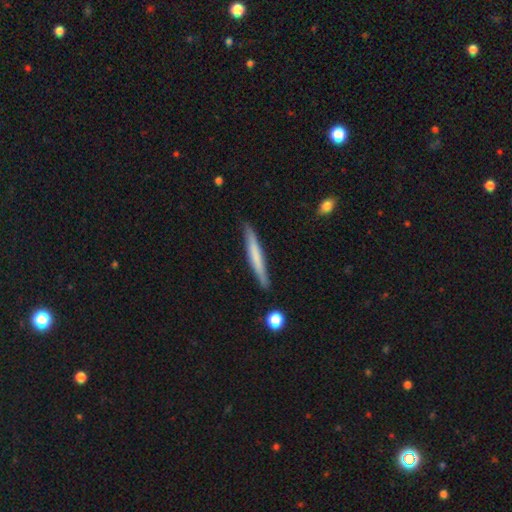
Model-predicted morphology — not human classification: Overall: smooth (59%; featured or disk 36%). How rounded: cigar-shaped (96%). Merging: none (87%).